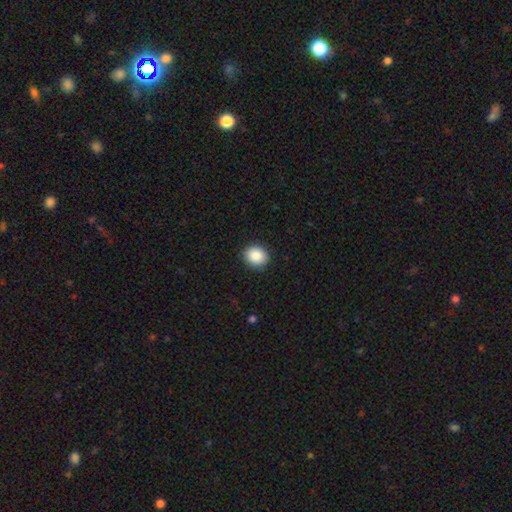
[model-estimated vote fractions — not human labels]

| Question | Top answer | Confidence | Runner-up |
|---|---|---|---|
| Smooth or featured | smooth | 89% | star or artifact (8%) |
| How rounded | round | 65% | in between (34%) |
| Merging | none | 90% | minor disturbance (7%) |